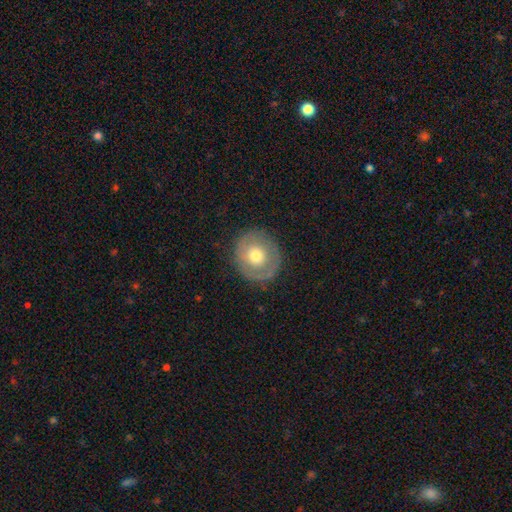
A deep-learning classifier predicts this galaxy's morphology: A smooth galaxy with no disk features (51%) that is round (89%).

Vote fractions:
- Smooth or featured? smooth: 51% / featured or disk: 42% / star or artifact: 7%
- How rounded? round: 89% / in between: 10% / cigar-shaped: 1%
- Merging? none: 82% / minor disturbance: 12% / major disturbance: 5% / merger: 1%